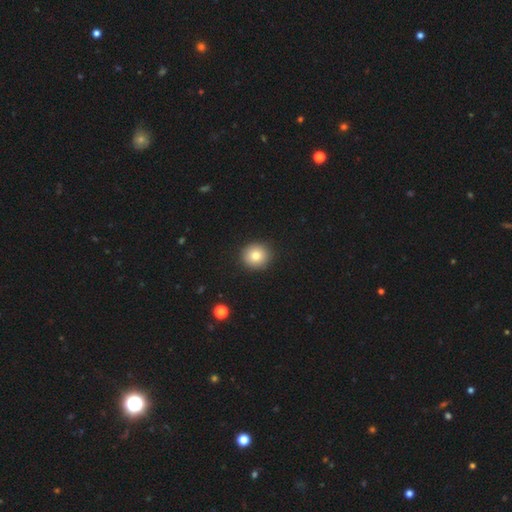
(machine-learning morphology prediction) type=smooth (80%); roundness=round (91%); merging=none (92%).